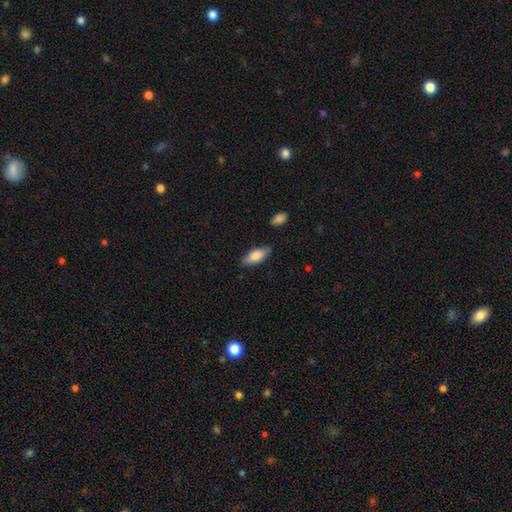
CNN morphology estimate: A smooth galaxy with no disk features (76%) that is in between round and cigar-shaped (75%). Merging: none (83%).